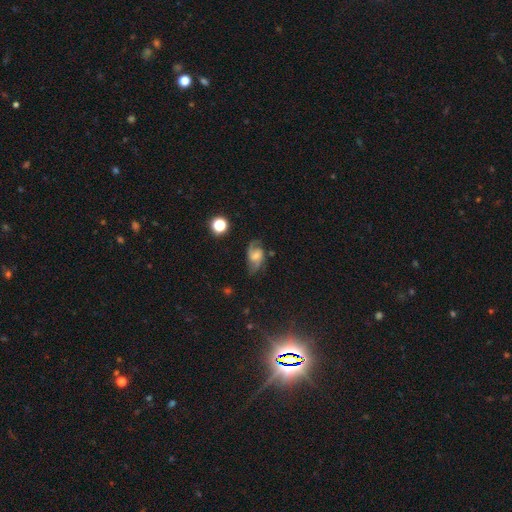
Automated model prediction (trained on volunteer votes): Smooth or featured? featured or disk (67%)
Edge-on disk? no (96%)
Bar? no (50%)
Spiral arms? yes (91%)
Spiral winding? medium (46%)
Spiral arm count? 2 (80%)
Bulge size? small (41%)
Merging? none (61%)